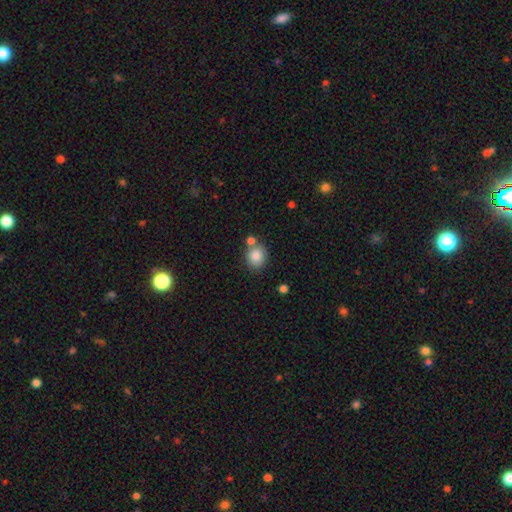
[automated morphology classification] A smooth galaxy with no disk features (84%) that is round (71%).

Vote fractions:
- Smooth or featured? smooth: 84% / star or artifact: 9% / featured or disk: 7%
- How rounded? round: 71% / in between: 28% / cigar-shaped: 1%
- Merging? none: 66% / merger: 20% / minor disturbance: 11% / major disturbance: 3%